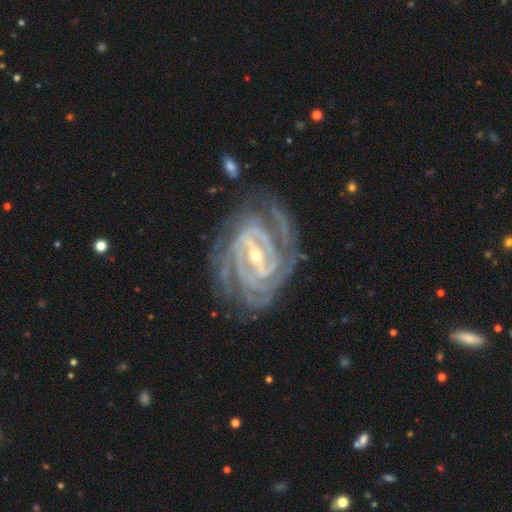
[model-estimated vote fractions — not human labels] Smooth or featured? Predicted: featured or disk (p=0.93). Edge-on disk? Predicted: no (p=0.97). Bar? Predicted: strong (p=0.65). Spiral arms? Predicted: yes (p=0.98). Spiral winding? Predicted: tight (p=0.76). Spiral arm count? Predicted: 4 (p=0.28). Bulge size? Predicted: small (p=0.62). Merging? Predicted: none (p=0.74).